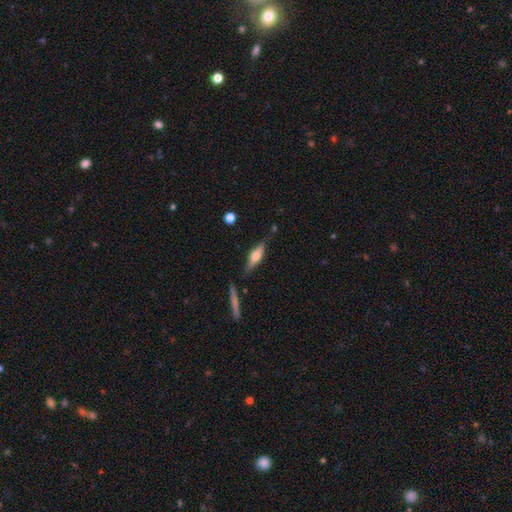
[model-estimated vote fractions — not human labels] This is possibly a featured or disk galaxy (54%). It is clearly viewed edge-on (92%). Merging: likely none (76%).